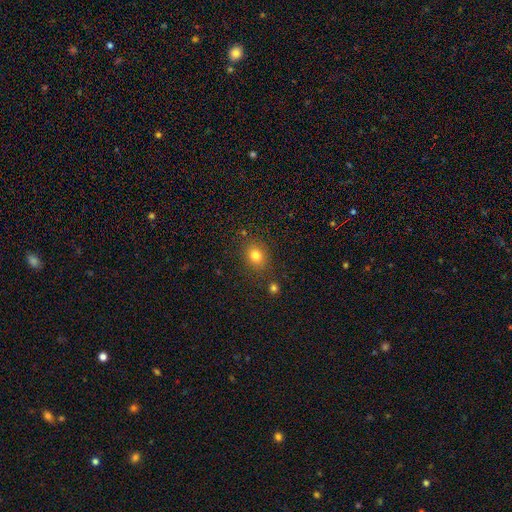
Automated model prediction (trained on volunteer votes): Smooth or featured: smooth — 80% (star or artifact — 13%)
How rounded: round — 59% (in between — 40%)
Merging: none — 82% (minor disturbance — 11%)